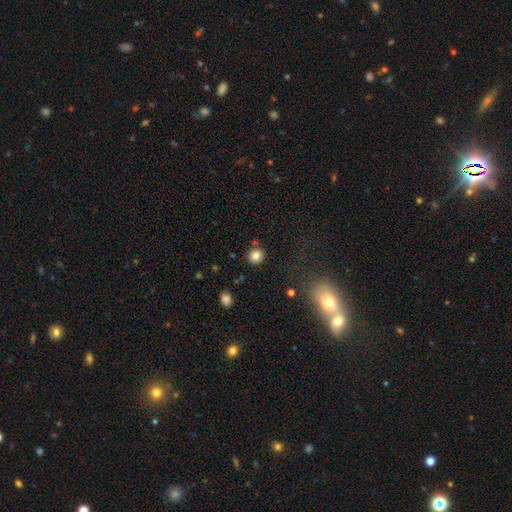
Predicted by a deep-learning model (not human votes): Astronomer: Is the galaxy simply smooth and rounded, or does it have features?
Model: smooth — 82%.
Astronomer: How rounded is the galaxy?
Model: round — 83%.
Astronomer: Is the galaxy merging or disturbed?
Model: none — 82%.